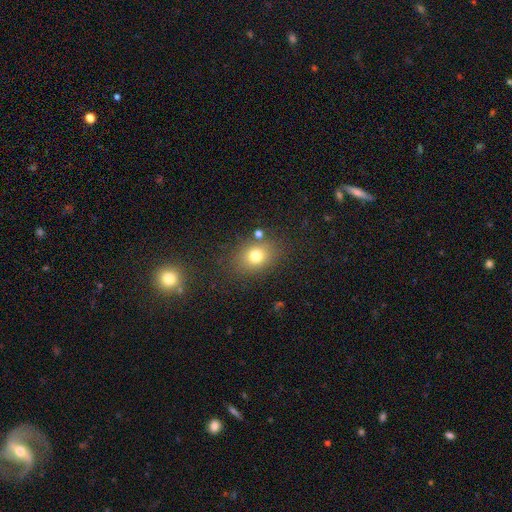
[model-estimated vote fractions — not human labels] Q: Smooth or featured?
A: smooth (75%); runner-up: star or artifact (14%)
Q: How rounded?
A: round (51%); runner-up: in between (48%)
Q: Merging?
A: none (79%); runner-up: minor disturbance (11%)